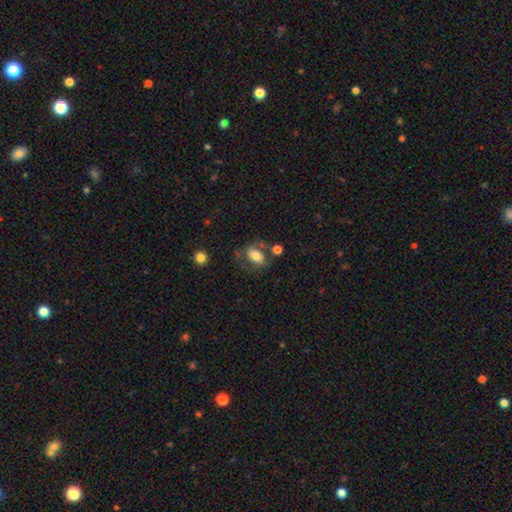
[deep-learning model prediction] This is likely a smooth galaxy (61%). How rounded: clearly in between (81%). Merging: possibly none (49%).